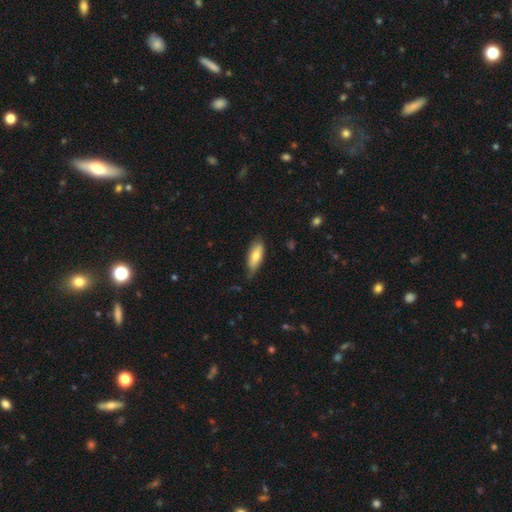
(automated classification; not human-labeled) This appears to be a smooth galaxy with no disk features (74%) that is in between round and cigar-shaped (68%). Merging: none (67%).